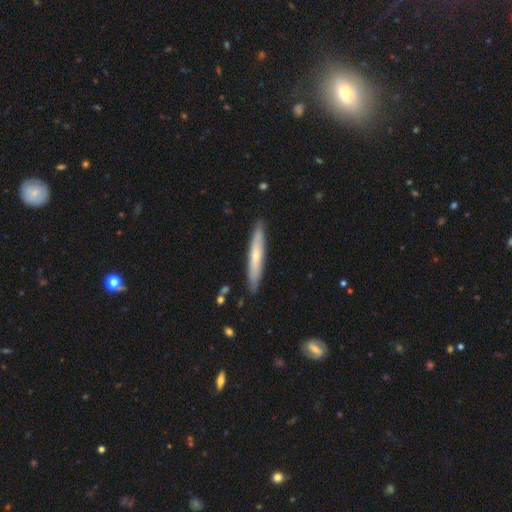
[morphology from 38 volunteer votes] type=featured or disk (74%); edge-on=yes (89%); edge-on bulge=rounded (60%); merging=none (97%).